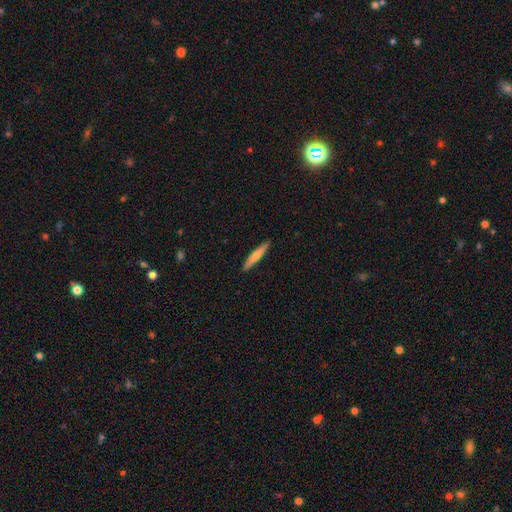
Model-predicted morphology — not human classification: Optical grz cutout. It shows a smooth galaxy with no disk features (62%) that is cigar-shaped (94%). Merging: none (91%).